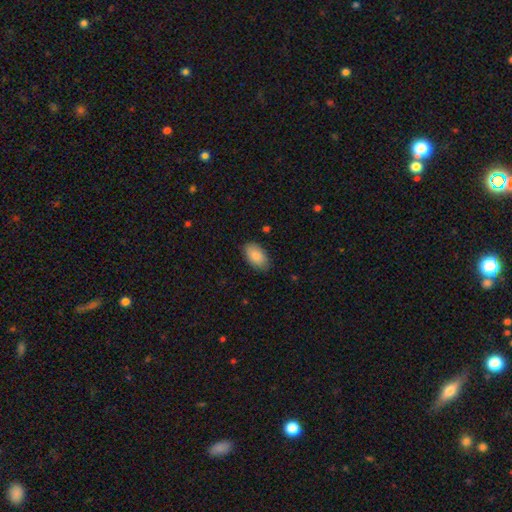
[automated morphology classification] type=smooth (88%); roundness=in between (94%); merging=none (85%).